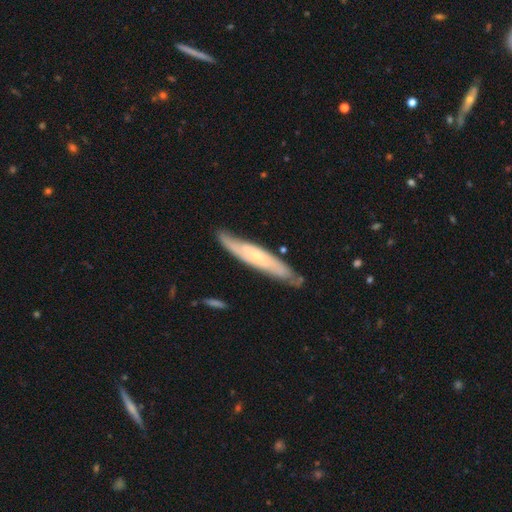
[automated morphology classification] A featured or disk galaxy (66%) viewed edge-on (55%).

Vote fractions:
- Smooth or featured? featured or disk: 66% / smooth: 29% / star or artifact: 5%
- Edge-on disk? yes: 55% / no: 45%
- Merging? none: 77% / minor disturbance: 17% / major disturbance: 3% / merger: 2%